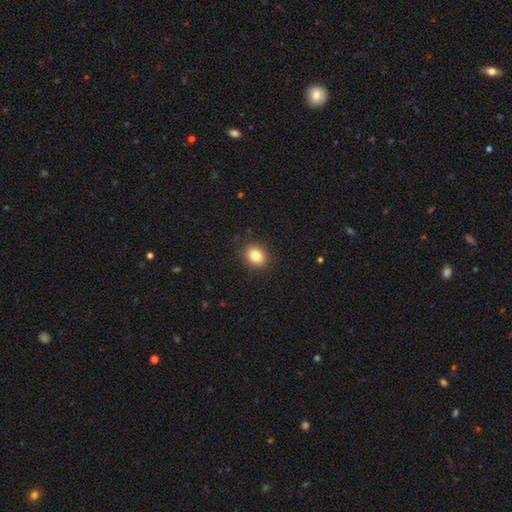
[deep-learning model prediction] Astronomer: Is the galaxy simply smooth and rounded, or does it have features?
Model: smooth — 82%.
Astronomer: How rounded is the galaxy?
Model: round — 56% (runner-up: in between, 43%).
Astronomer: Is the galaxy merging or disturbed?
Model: none — 89%.